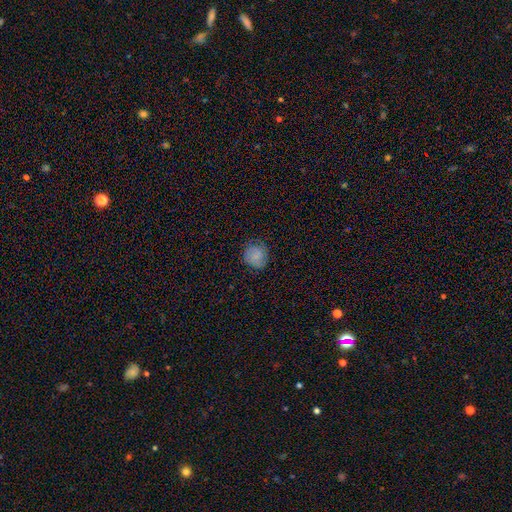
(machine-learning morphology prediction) This is likely a smooth galaxy (78%). How rounded: clearly round (87%). Merging: likely none (78%).